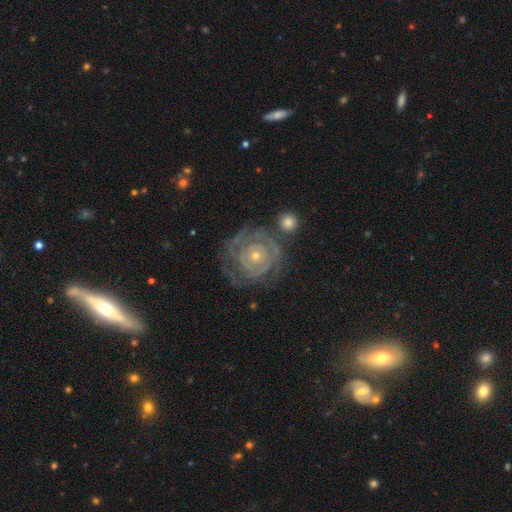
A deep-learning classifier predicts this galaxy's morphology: Q: Smooth or featured?
A: featured or disk (81%); runner-up: smooth (11%)
Q: Edge-on disk?
A: no (97%); runner-up: yes (3%)
Q: Bar?
A: no (81%); runner-up: weak (15%)
Q: Spiral arms?
A: yes (88%); runner-up: no (12%)
Q: Spiral winding?
A: tight (80%); runner-up: medium (15%)
Q: Spiral arm count?
A: can't tell (40%); runner-up: 2 (27%)
Q: Bulge size?
A: small (69%); runner-up: moderate (28%)
Q: Merging?
A: none (67%); runner-up: minor disturbance (17%)